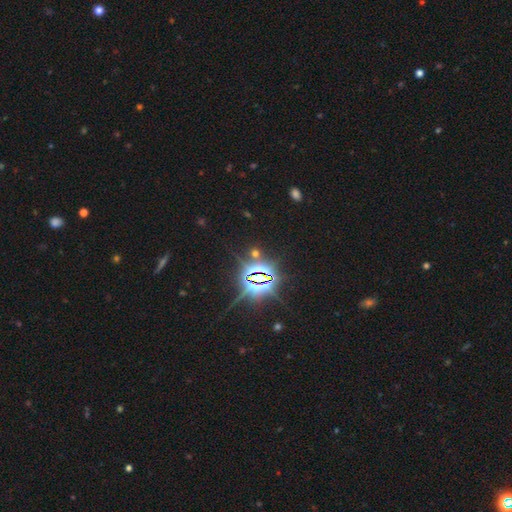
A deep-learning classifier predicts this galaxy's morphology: Overall: star or artifact (83%).